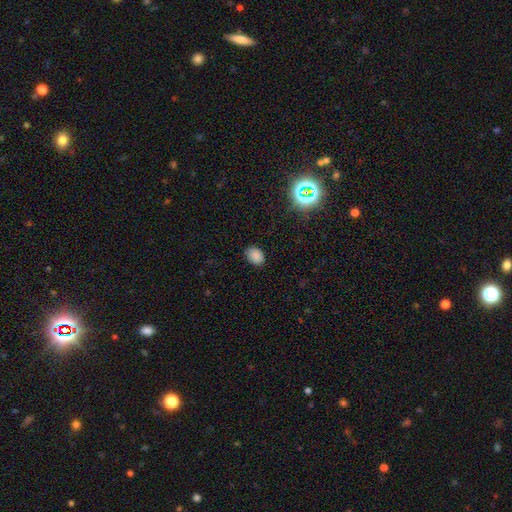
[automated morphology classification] A smooth galaxy with no disk features (84%) that is in between round and cigar-shaped (69%). Merging: none (85%).